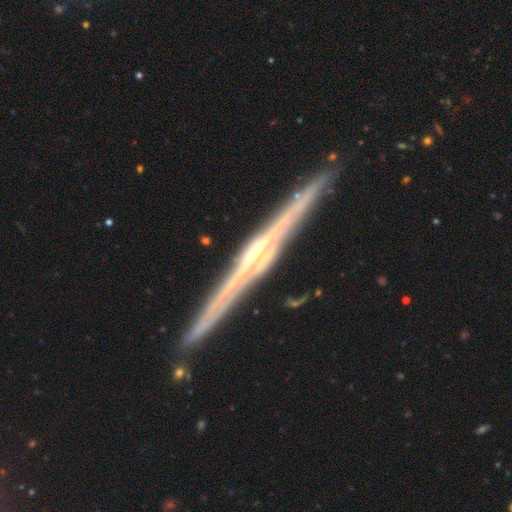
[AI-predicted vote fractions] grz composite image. It shows a featured or disk galaxy (89%) viewed edge-on (98%) with a rounded central bulge (59%). Merging: none (92%).